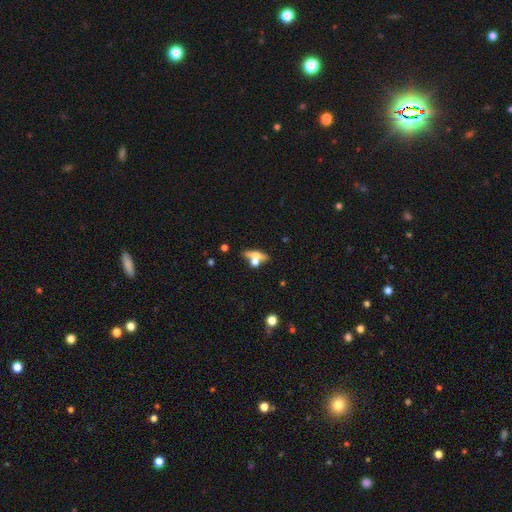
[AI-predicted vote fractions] The model was most divided on "merging": none: 44%, merger: 39%, minor disturbance: 11%, major disturbance: 7%. Remaining: smooth or featured — smooth (48%).